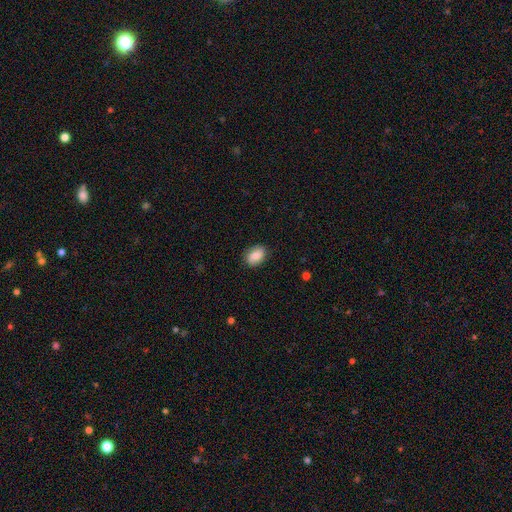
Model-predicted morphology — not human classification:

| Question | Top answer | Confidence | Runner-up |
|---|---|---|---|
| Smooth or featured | smooth | 82% | featured or disk (10%) |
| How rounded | in between | 78% | round (21%) |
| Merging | none | 85% | minor disturbance (12%) |